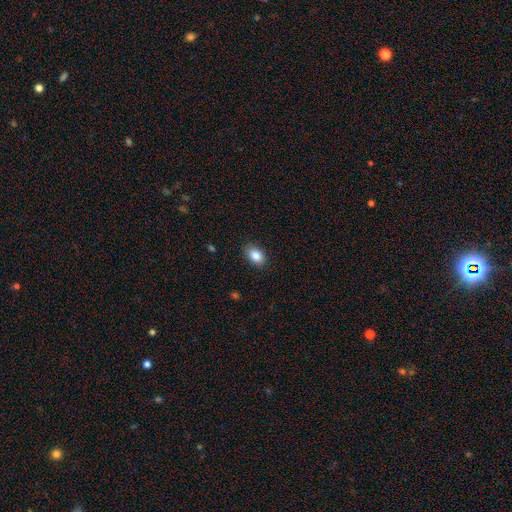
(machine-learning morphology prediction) A smooth galaxy with no disk features (86%) that is in between round and cigar-shaped (83%).

Vote fractions:
- Smooth or featured? smooth: 86% / star or artifact: 8% / featured or disk: 6%
- How rounded? in between: 83% / round: 15% / cigar-shaped: 1%
- Merging? none: 87% / minor disturbance: 10% / major disturbance: 2% / merger: 1%